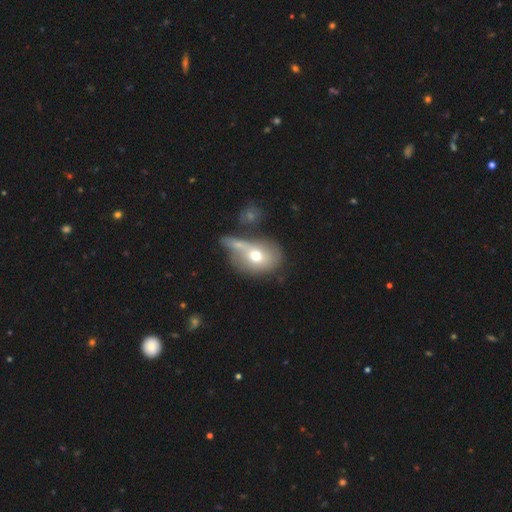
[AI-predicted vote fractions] smooth_or_featured: smooth (p=0.63) [alt: featured or disk p=0.27]
how_rounded: in between (p=0.57) [alt: round p=0.41]
merging: merger (p=0.44) [alt: none p=0.27]